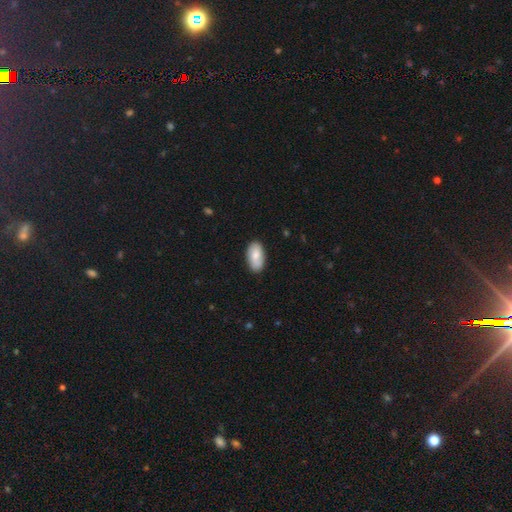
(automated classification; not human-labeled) smooth-or-featured: smooth: 75% | featured or disk: 19% | star or artifact: 6%
  how-rounded: in between: 94% | round: 3% | cigar-shaped: 3%
  merging: none: 81% | minor disturbance: 15% | major disturbance: 3% | merger: 2%